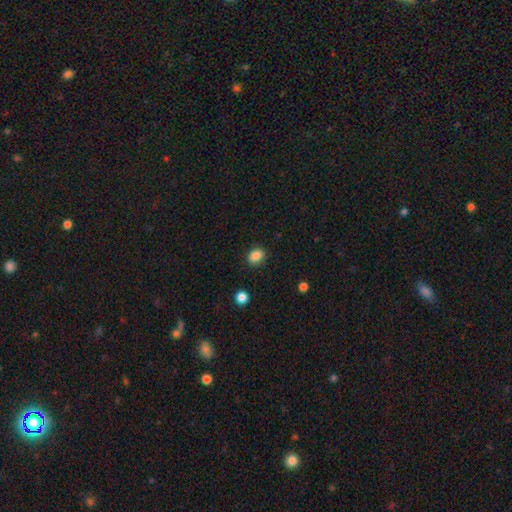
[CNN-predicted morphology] A smooth galaxy with no disk features (87%) that is in between round and cigar-shaped (56%).

Vote fractions:
- Smooth or featured? smooth: 87% / star or artifact: 10% / featured or disk: 3%
- How rounded? in between: 56% / round: 43% / cigar-shaped: 1%
- Merging? none: 87% / minor disturbance: 9% / major disturbance: 3% / merger: 1%